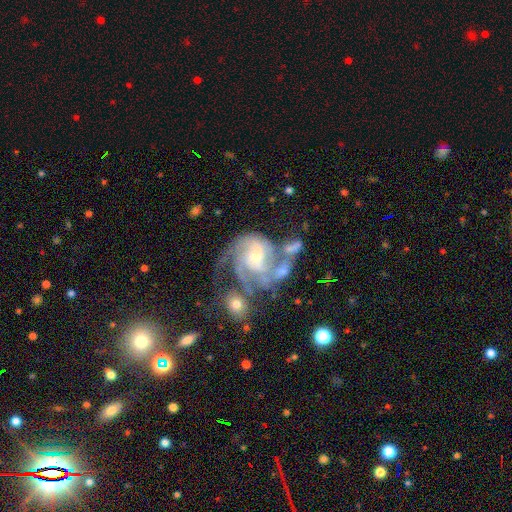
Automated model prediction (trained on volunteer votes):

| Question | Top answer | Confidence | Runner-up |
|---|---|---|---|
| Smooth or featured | featured or disk | 89% | star or artifact (6%) |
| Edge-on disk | no | 98% | yes (2%) |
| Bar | no | 61% | weak (30%) |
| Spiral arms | yes | 97% | no (3%) |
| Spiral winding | tight | 50% | medium (40%) |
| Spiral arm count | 3 | 35% | 2 (27%) |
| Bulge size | small | 59% | moderate (36%) |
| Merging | none | 36% | major disturbance (24%) |